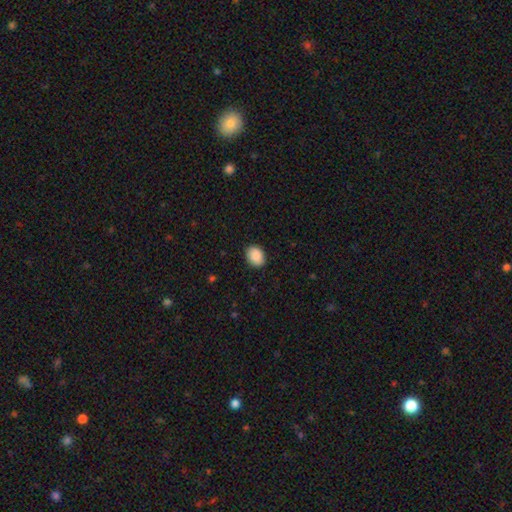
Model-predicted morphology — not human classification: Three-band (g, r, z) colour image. It shows a smooth galaxy with no disk features (90%) that is in between round and cigar-shaped (60%). Merging: none (89%).